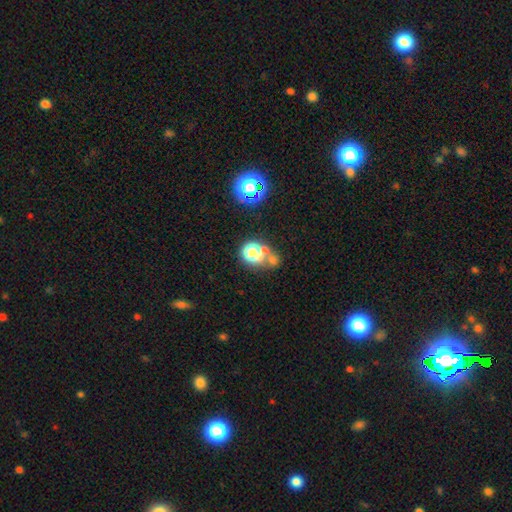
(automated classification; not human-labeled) Morphology: type=smooth (57%); roundness=round (68%); merging=none (46%).